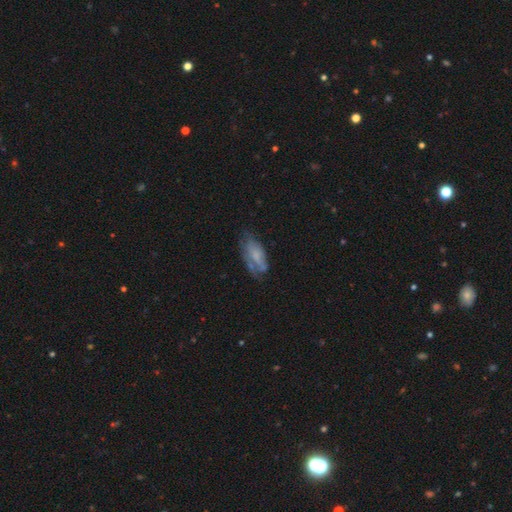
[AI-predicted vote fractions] The model was most divided on "smooth or featured": smooth: 50%, featured or disk: 41%, star or artifact: 9%. Remaining: merging — none (44%).